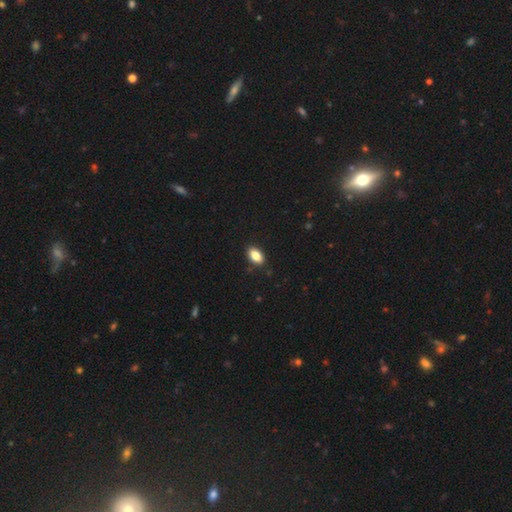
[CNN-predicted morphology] Smooth or featured: smooth — 85% (star or artifact — 8%)
How rounded: in between — 92% (round — 6%)
Merging: none — 88% (minor disturbance — 9%)